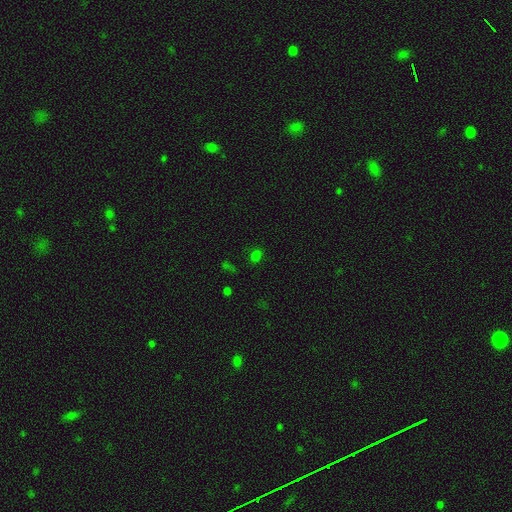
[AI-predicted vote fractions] smooth-or-featured: smooth: 68% | star or artifact: 27% | featured or disk: 5%
  how-rounded: in between: 58% | round: 40% | cigar-shaped: 2%
  merging: none: 80% | minor disturbance: 12% | major disturbance: 5% | merger: 3%